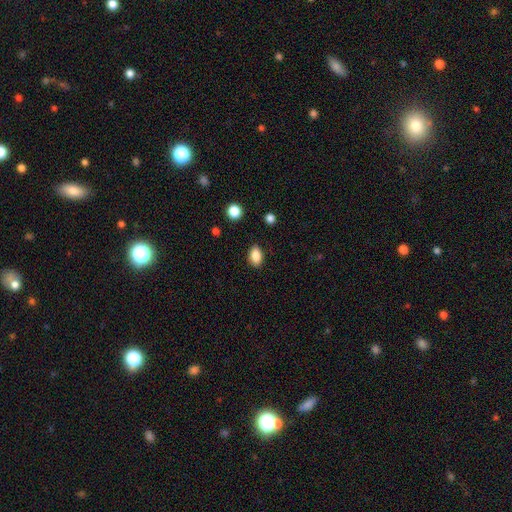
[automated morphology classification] Smooth or featured? smooth (87%)
How rounded? in between (87%)
Merging? none (86%)